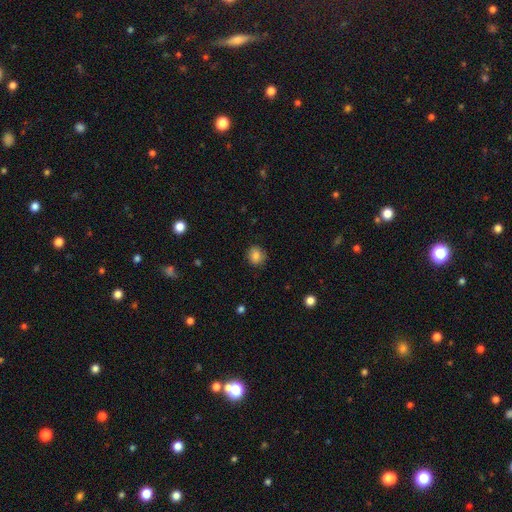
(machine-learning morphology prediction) Smooth or featured: smooth — 84% (star or artifact — 10%)
How rounded: round — 78% (in between — 21%)
Merging: none — 83% (minor disturbance — 13%)